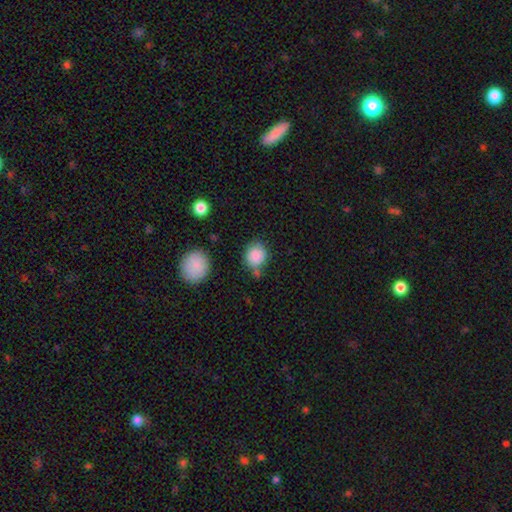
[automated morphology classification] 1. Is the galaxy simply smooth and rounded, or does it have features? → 87% smooth, 8% star or artifact, 5% featured or disk.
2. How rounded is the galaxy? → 78% round, 21% in between, 1% cigar-shaped.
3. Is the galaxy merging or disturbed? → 62% none, 20% minor disturbance, 12% merger, 6% major disturbance.